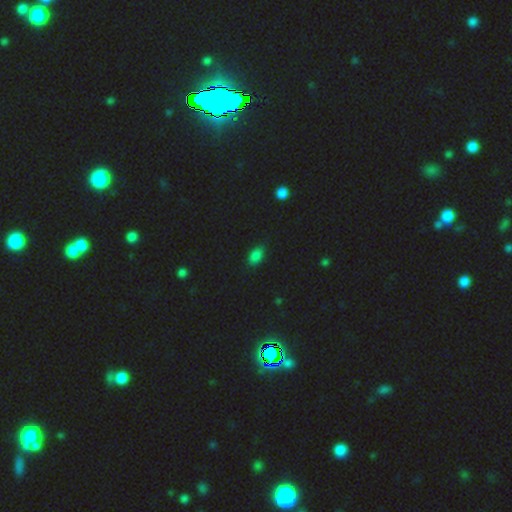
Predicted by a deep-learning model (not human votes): Morphology: type=smooth (77%); roundness=in between (86%); merging=none (81%).